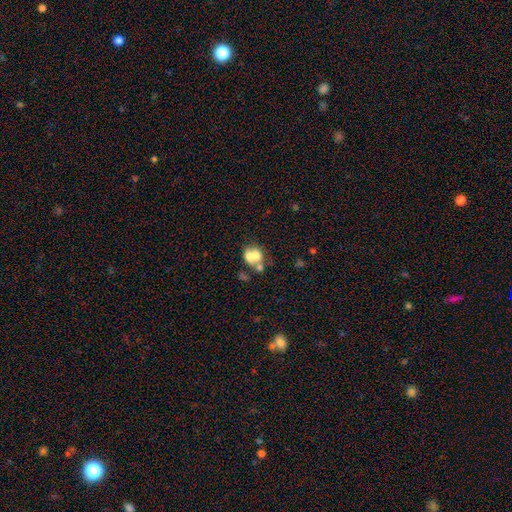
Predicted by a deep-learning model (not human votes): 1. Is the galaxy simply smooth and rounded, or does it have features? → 54% smooth, 34% featured or disk, 12% star or artifact.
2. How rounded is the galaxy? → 53% round, 46% in between, 1% cigar-shaped.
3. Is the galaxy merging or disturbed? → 61% merger, 25% none, 8% minor disturbance, 6% major disturbance.